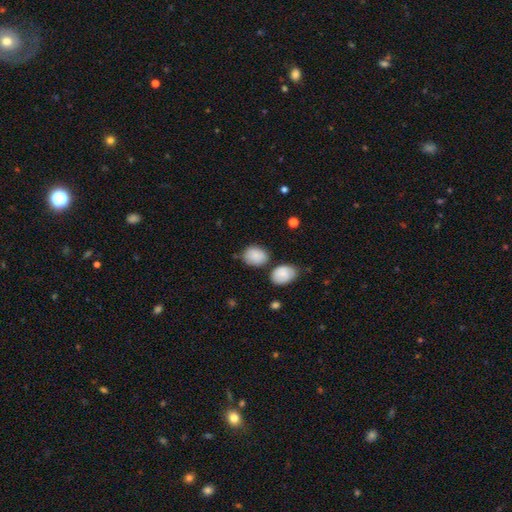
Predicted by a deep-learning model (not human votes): Smooth or featured?
  - smooth: 86% *
  - star or artifact: 7%
  - featured or disk: 7%
How rounded?
  - in between: 66% *
  - round: 33%
  - cigar-shaped: 1%
Merging?
  - none: 65% *
  - minor disturbance: 18%
  - merger: 13%
  - major disturbance: 4%